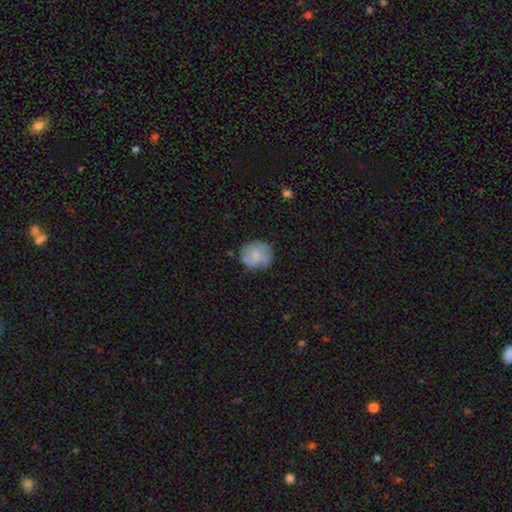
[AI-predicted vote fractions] Overall: smooth (68%). How rounded: round (85%). Merging: none (69%).